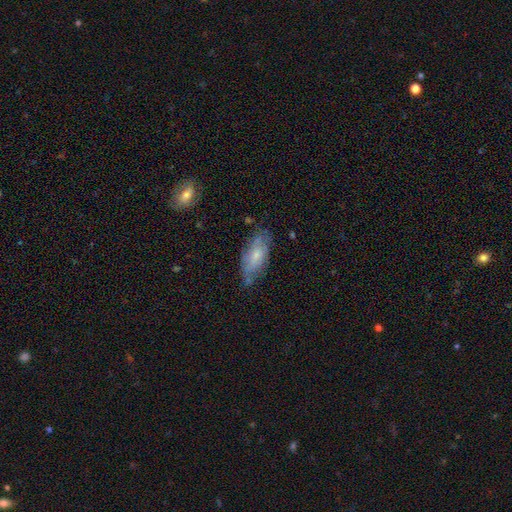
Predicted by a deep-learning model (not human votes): Morphology: type=smooth (52%); roundness=in between (80%); merging=none (61%).